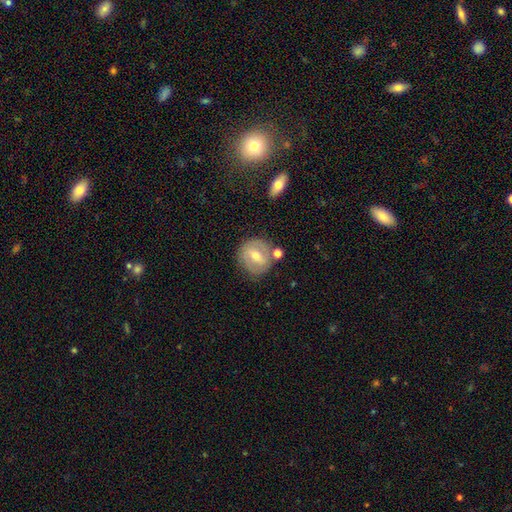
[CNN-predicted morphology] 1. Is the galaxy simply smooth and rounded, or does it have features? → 50% featured or disk, 43% smooth, 7% star or artifact.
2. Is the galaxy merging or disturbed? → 71% none, 15% minor disturbance, 10% merger, 5% major disturbance.